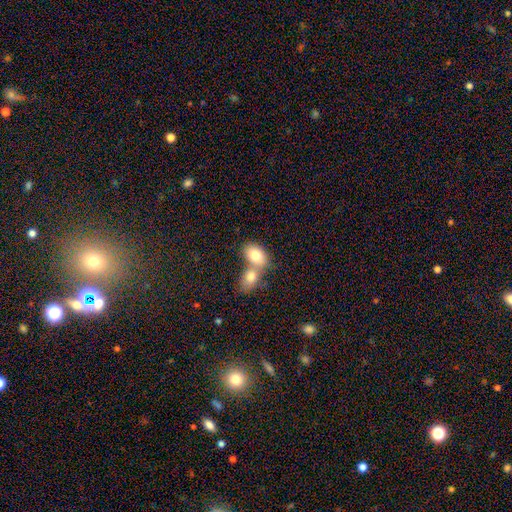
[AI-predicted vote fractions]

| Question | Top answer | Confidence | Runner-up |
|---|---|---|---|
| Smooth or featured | smooth | 78% | featured or disk (15%) |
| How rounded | in between | 84% | round (14%) |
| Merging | merger | 64% | none (26%) |